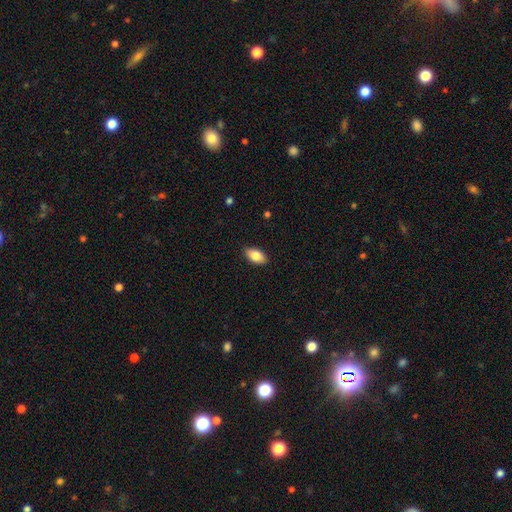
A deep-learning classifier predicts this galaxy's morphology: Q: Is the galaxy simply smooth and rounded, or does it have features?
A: smooth — 82%.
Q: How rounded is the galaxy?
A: in between — 92%.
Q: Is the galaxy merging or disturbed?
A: none — 89%.